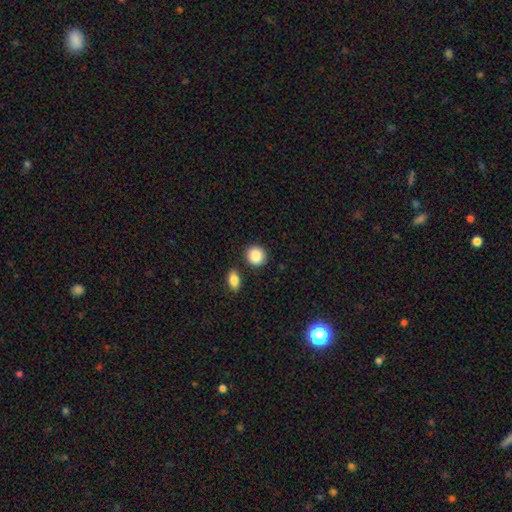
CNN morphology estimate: Smooth or featured?
  - smooth: 89% *
  - star or artifact: 7%
  - featured or disk: 4%
How rounded?
  - round: 82% *
  - in between: 17%
  - cigar-shaped: 1%
Merging?
  - none: 83% *
  - minor disturbance: 9%
  - merger: 6%
  - major disturbance: 3%